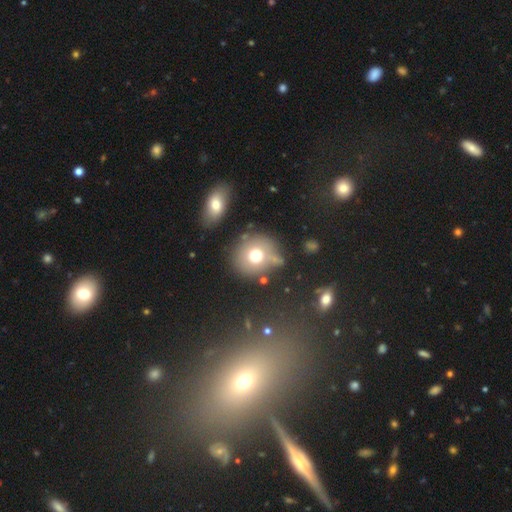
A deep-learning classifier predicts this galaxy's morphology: Smooth or featured? smooth (70%)
How rounded? round (84%)
Merging? none (67%)